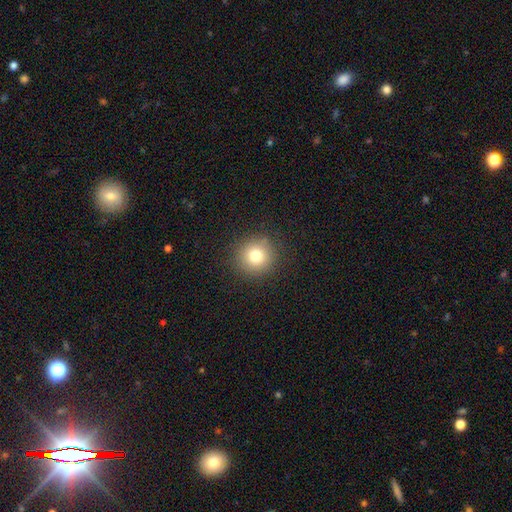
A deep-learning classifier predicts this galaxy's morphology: Smooth or featured: smooth — 78% (star or artifact — 13%)
How rounded: round — 93% (in between — 6%)
Merging: none — 90% (minor disturbance — 6%)